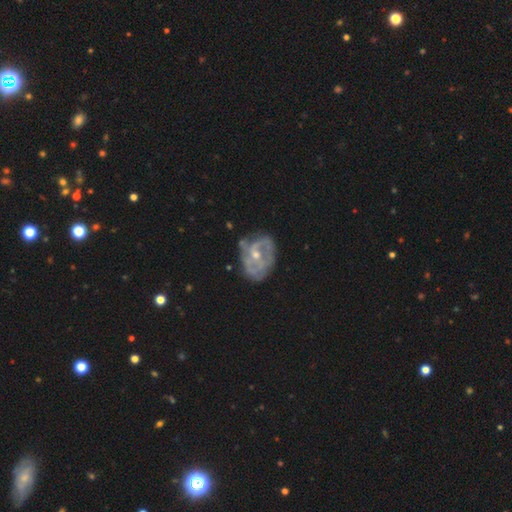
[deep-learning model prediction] A featured or disk galaxy (78%) with no bar (58%), tight (41%) spiral arms (70%) and a moderate central bulge (51%). Merging: none (52%).